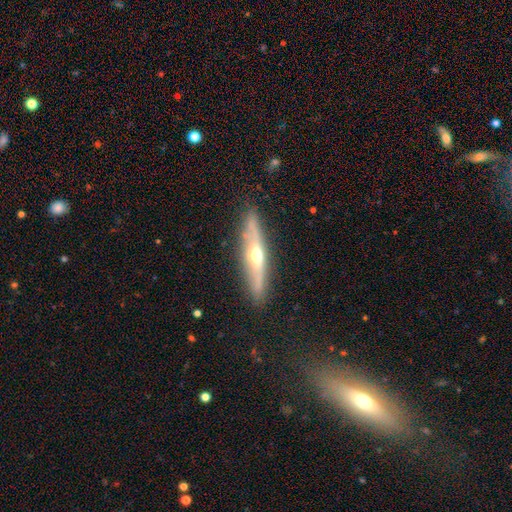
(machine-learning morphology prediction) smooth_or_featured: featured or disk (p=0.64) [alt: smooth p=0.29]
disk_edge_on: yes (p=0.86) [alt: no p=0.14]
edge_on_bulge: rounded (p=0.88) [alt: none p=0.09]
merging: none (p=0.86) [alt: minor disturbance p=0.10]